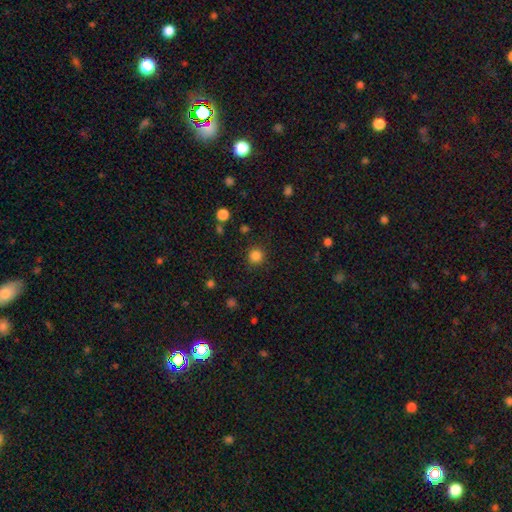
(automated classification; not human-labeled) Smooth or featured?
  - smooth: 84% *
  - star or artifact: 13%
  - featured or disk: 3%
How rounded?
  - round: 93% *
  - in between: 6%
  - cigar-shaped: 1%
Merging?
  - none: 89% *
  - minor disturbance: 7%
  - major disturbance: 3%
  - merger: 1%